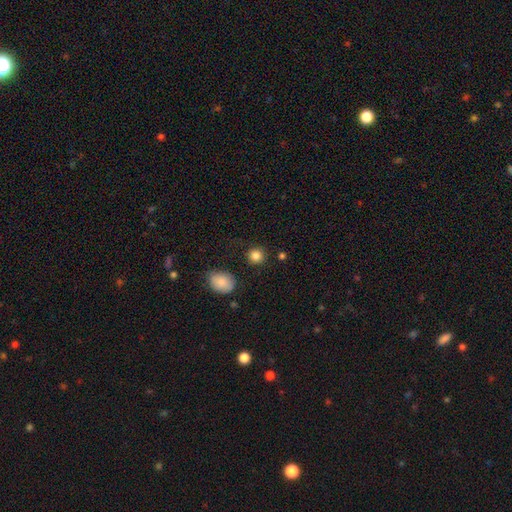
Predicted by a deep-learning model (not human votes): Smooth or featured? Predicted: smooth (p=0.85). How rounded? Predicted: round (p=0.89). Merging? Predicted: none (p=0.87).